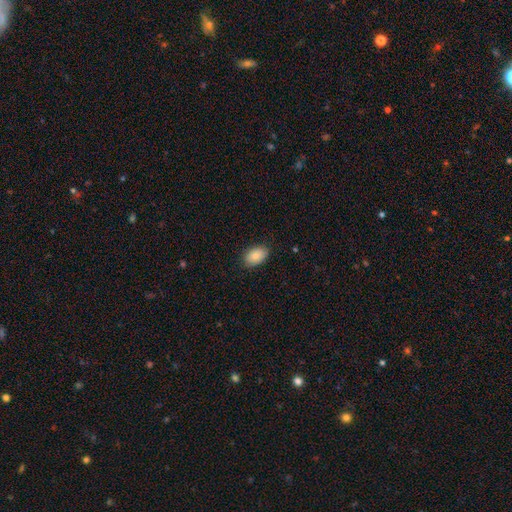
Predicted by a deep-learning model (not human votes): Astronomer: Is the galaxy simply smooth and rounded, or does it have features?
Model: smooth — 85%.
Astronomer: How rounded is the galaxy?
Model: in between — 90%.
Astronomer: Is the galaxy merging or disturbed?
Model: none — 86%.